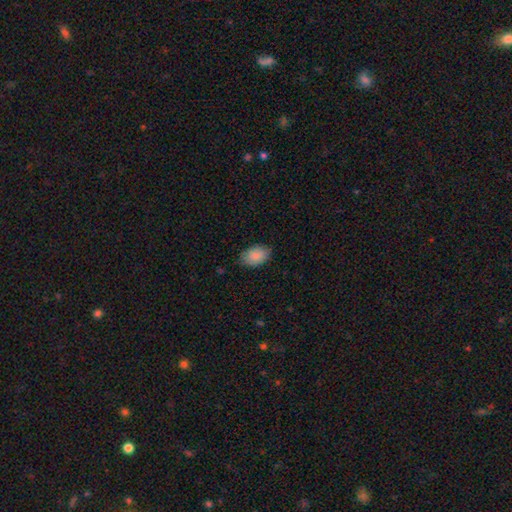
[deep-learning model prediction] Q: Smooth or featured?
A: smooth (89%); runner-up: star or artifact (6%)
Q: How rounded?
A: in between (87%); runner-up: round (11%)
Q: Merging?
A: none (80%); runner-up: minor disturbance (16%)